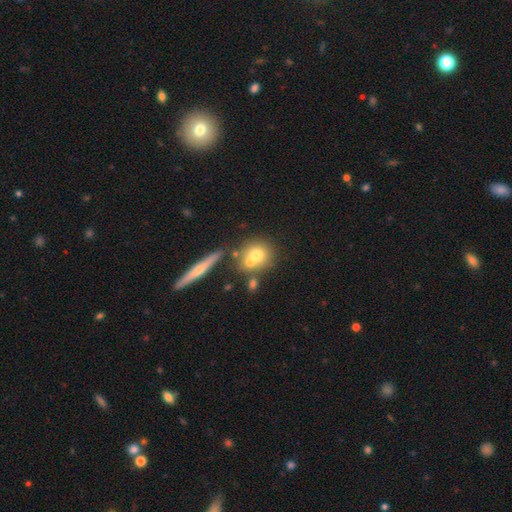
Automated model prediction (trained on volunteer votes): This appears to be a smooth galaxy with no disk features (69%) that is round (83%). Merging: none (57%).